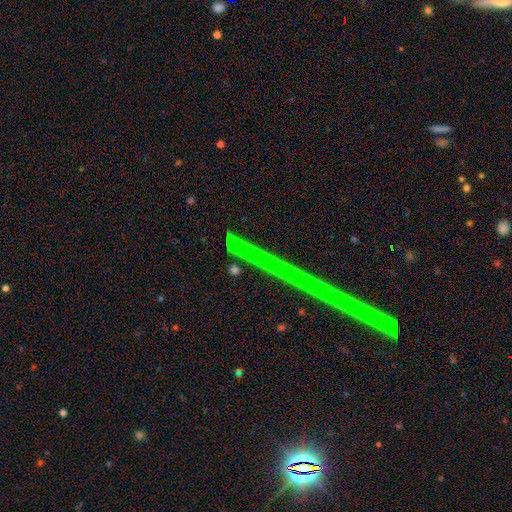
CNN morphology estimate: type=star or artifact (80%).